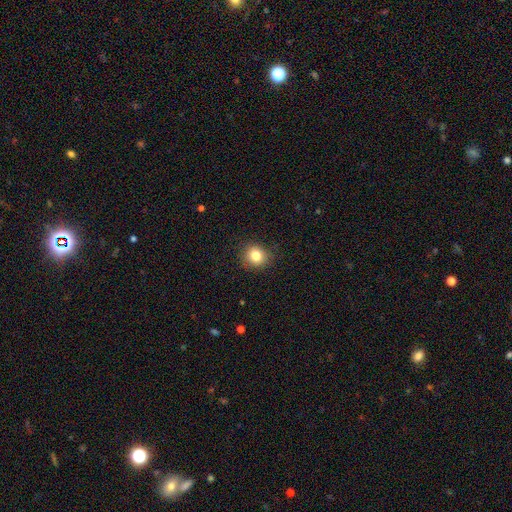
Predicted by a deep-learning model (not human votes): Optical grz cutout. It shows a smooth galaxy with no disk features (82%) that is round (87%). Merging: none (88%).